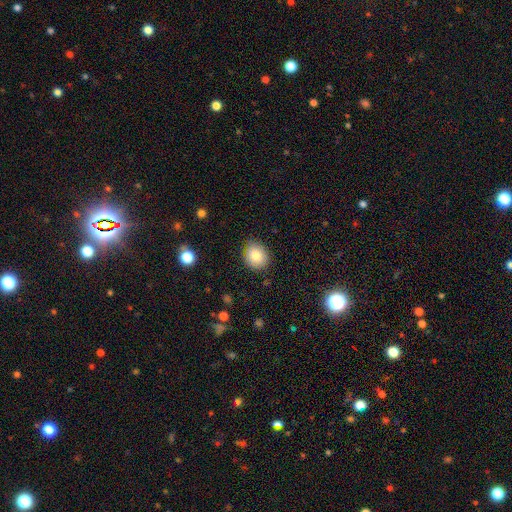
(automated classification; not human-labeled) Smooth or featured?
  - smooth: 82% *
  - star or artifact: 9%
  - featured or disk: 9%
How rounded?
  - round: 69% *
  - in between: 30%
  - cigar-shaped: 1%
Merging?
  - none: 83% *
  - minor disturbance: 13%
  - major disturbance: 3%
  - merger: 1%